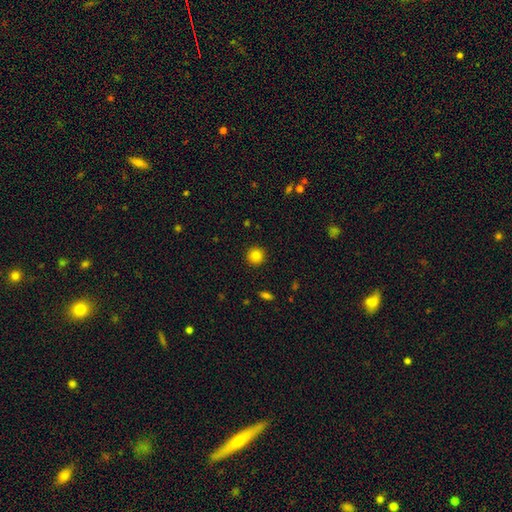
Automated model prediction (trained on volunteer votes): Q: Smooth or featured?
A: smooth (84%); runner-up: star or artifact (10%)
Q: How rounded?
A: round (94%); runner-up: in between (5%)
Q: Merging?
A: none (92%); runner-up: minor disturbance (5%)